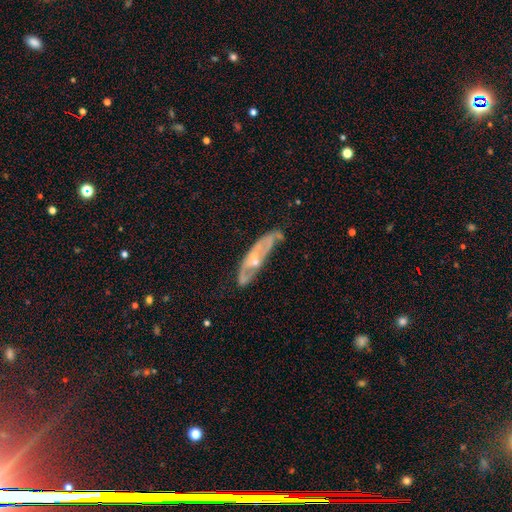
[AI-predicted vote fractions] The model was most divided on "merging": none: 50%, minor disturbance: 28%, major disturbance: 16%, merger: 6%. More confident: edge-on disk — no (65%); smooth or featured — featured or disk (65%).